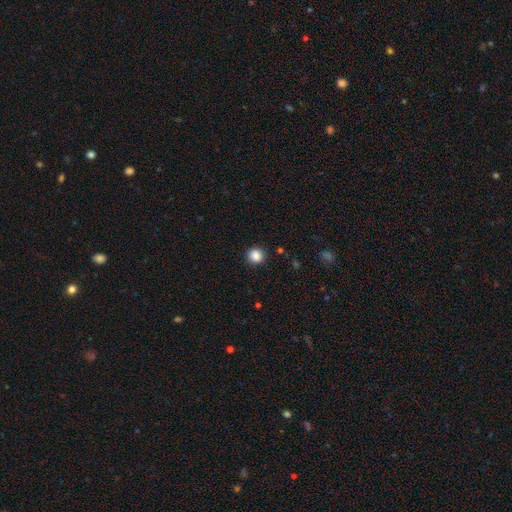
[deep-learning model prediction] This appears to be a smooth galaxy with no disk features (86%) that is round (89%). Merging: none (90%).